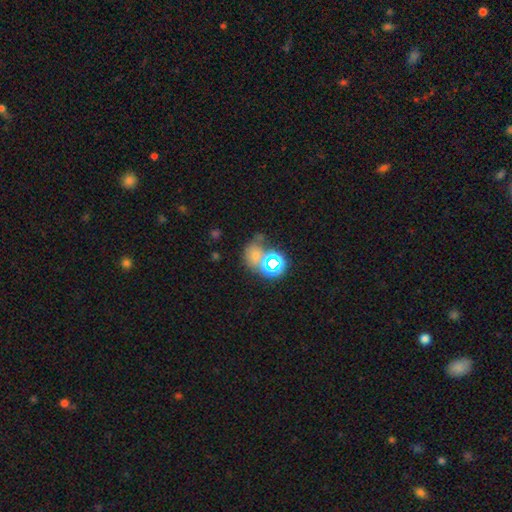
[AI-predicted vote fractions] This is marginally a star or artifact rather than a galaxy (45%).